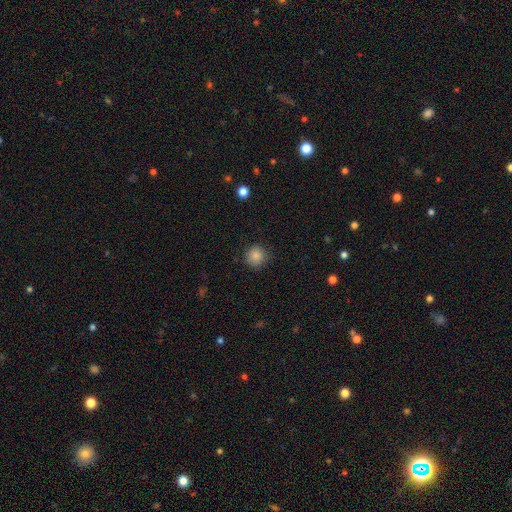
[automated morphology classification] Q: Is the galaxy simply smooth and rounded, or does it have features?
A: smooth — 85%.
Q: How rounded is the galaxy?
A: round — 93%.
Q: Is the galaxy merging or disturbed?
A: none — 87%.